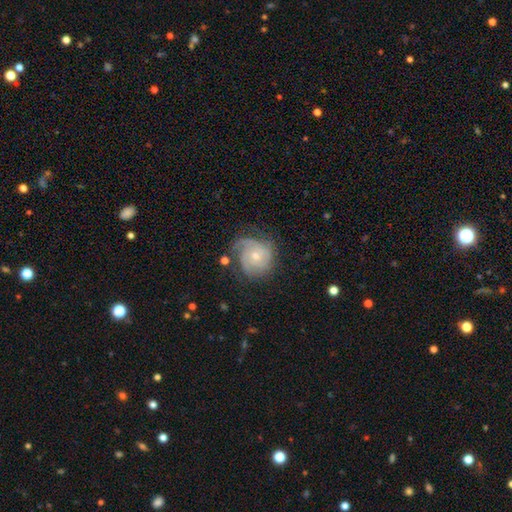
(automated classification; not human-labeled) featured or disk 77%, smooth 17%, star or artifact 6%. Down the decision tree: edge-on disk — no (98%); bar — no (75%); spiral arms — yes (94%); spiral arm count — 3 (35%); spiral winding — tight (60%); bulge size — small (50%); merging — none (61%).